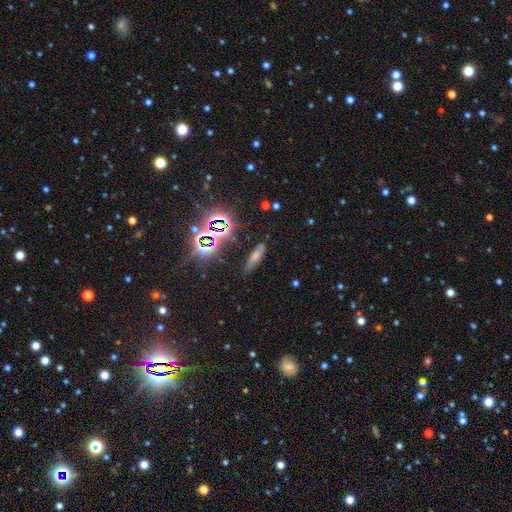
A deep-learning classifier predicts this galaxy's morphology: Smooth or featured? smooth (57%)
How rounded? cigar-shaped (56%)
Merging? none (72%)